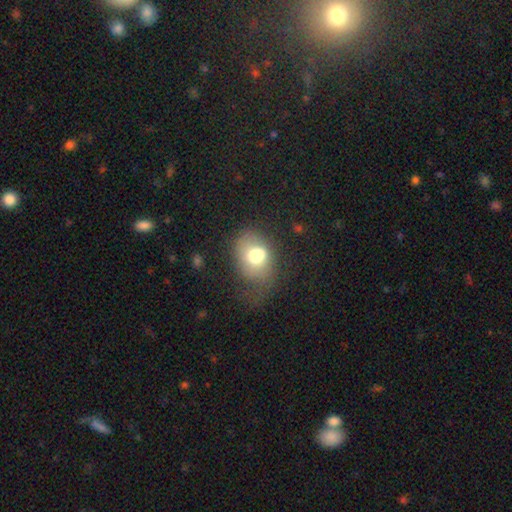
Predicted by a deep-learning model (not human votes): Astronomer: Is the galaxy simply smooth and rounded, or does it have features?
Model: smooth — 67%.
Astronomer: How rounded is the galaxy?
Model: in between — 59% (runner-up: round, 40%).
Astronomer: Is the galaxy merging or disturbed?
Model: none — 33% (runner-up: major disturbance, 30%).